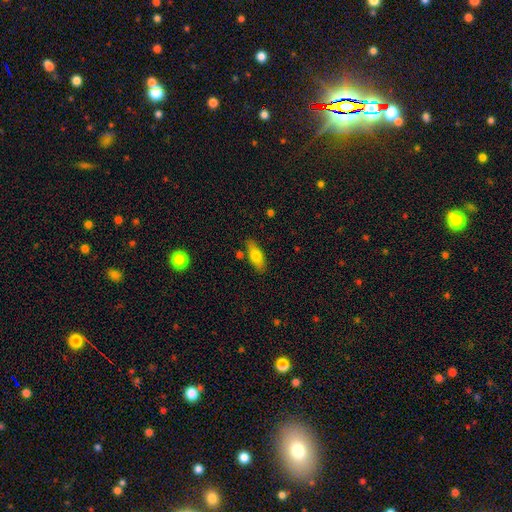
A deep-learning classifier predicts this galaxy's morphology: Smooth or featured: smooth — 72% (featured or disk — 20%)
How rounded: in between — 73% (cigar-shaped — 23%)
Merging: none — 79% (minor disturbance — 14%)